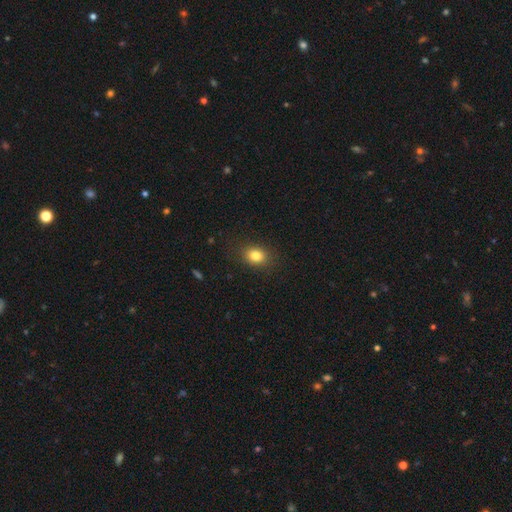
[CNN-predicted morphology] Smooth or featured? Predicted: smooth (p=0.81). How rounded? Predicted: in between (p=0.54). Merging? Predicted: none (p=0.86).